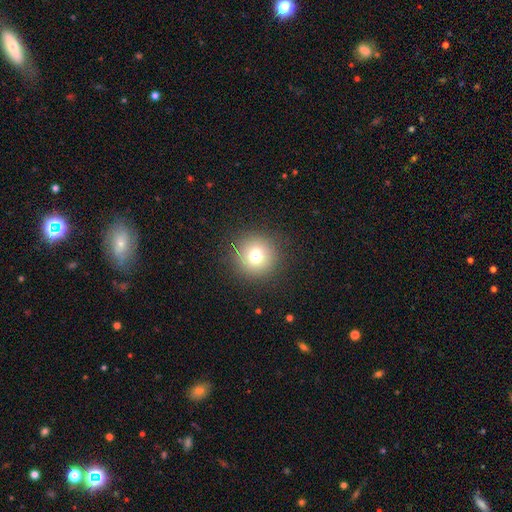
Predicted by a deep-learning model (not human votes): This appears to be a smooth galaxy with no disk features (74%) that is round (94%). Merging: none (89%).